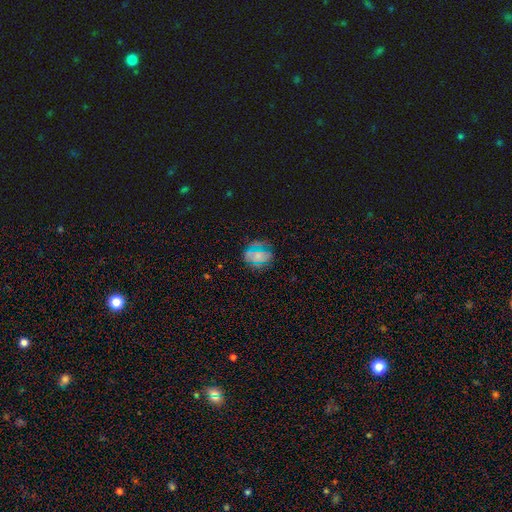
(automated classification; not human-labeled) The model was most divided on "smooth or featured": smooth: 44%, star or artifact: 29%, featured or disk: 27%. More confident: merging — none (64%).